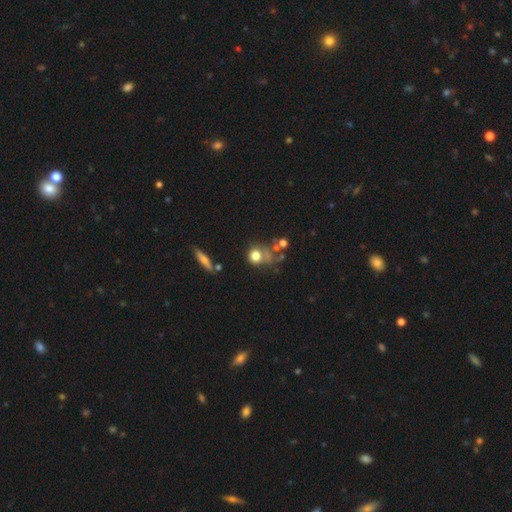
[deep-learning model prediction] Smooth or featured?
  - smooth: 67% *
  - featured or disk: 19%
  - star or artifact: 15%
How rounded?
  - round: 72% *
  - in between: 25%
  - cigar-shaped: 2%
Merging?
  - none: 36% *
  - merger: 25%
  - major disturbance: 21%
  - minor disturbance: 17%